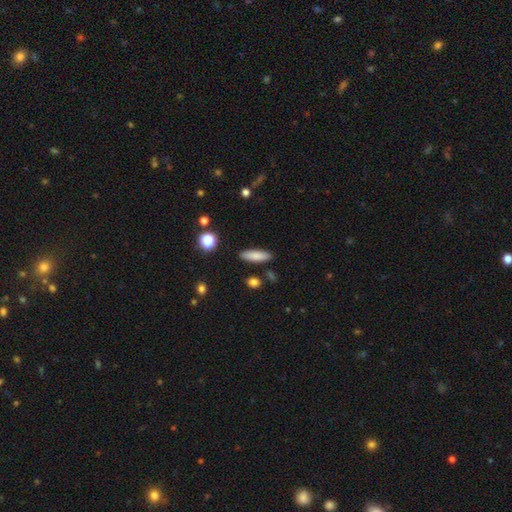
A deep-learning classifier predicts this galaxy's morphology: The model was most divided on "how rounded": cigar-shaped: 52%, in between: 46%, round: 2%. More confident: merging — none (87%); smooth or featured — smooth (82%).